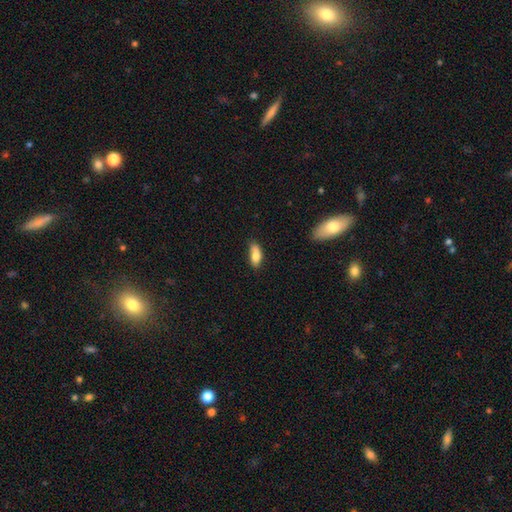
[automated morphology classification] smooth_or_featured: smooth (p=0.80) [alt: featured or disk p=0.12]
how_rounded: in between (p=0.81) [alt: cigar-shaped p=0.16]
merging: none (p=0.59) [alt: minor disturbance p=0.30]